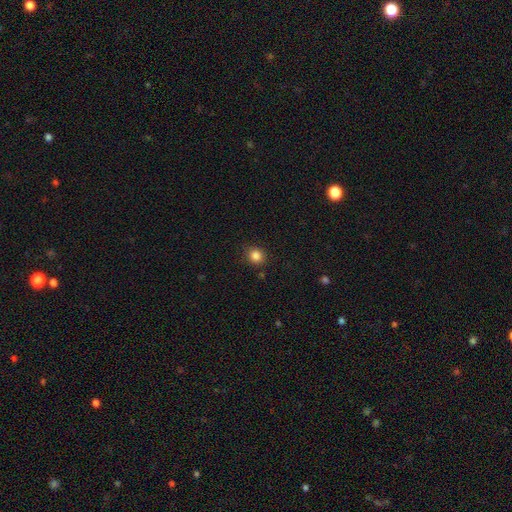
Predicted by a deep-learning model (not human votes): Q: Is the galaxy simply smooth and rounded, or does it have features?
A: smooth — 84%.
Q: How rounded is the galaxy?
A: round — 83%.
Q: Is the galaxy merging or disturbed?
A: none — 88%.